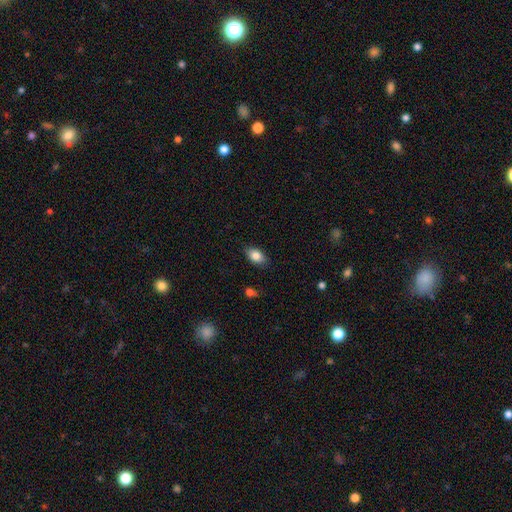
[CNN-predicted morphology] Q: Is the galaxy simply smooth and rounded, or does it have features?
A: smooth — 84%.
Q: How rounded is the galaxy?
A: in between — 89%.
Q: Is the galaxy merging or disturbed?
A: none — 86%.